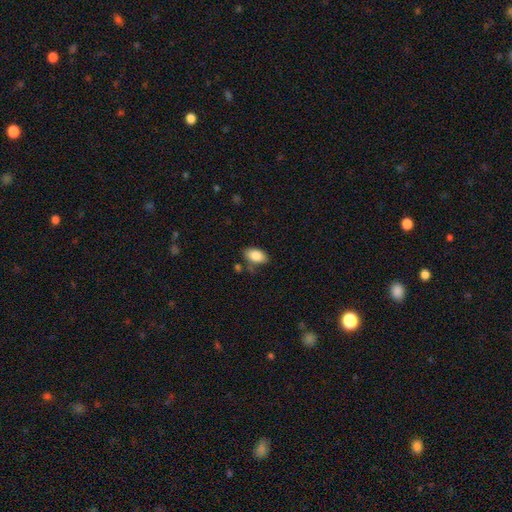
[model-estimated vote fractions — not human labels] This appears to be a smooth galaxy with no disk features (86%) that is in between round and cigar-shaped (93%). Merging: none (71%).